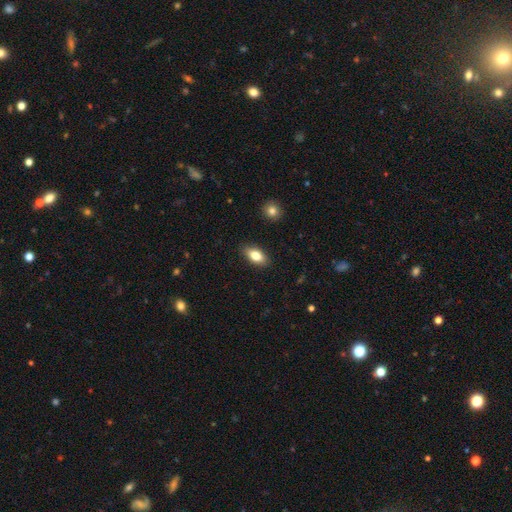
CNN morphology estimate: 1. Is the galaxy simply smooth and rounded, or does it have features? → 80% smooth, 13% featured or disk, 7% star or artifact.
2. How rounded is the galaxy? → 88% in between, 7% cigar-shaped, 4% round.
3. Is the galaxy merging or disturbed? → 88% none, 9% minor disturbance, 2% major disturbance, 1% merger.